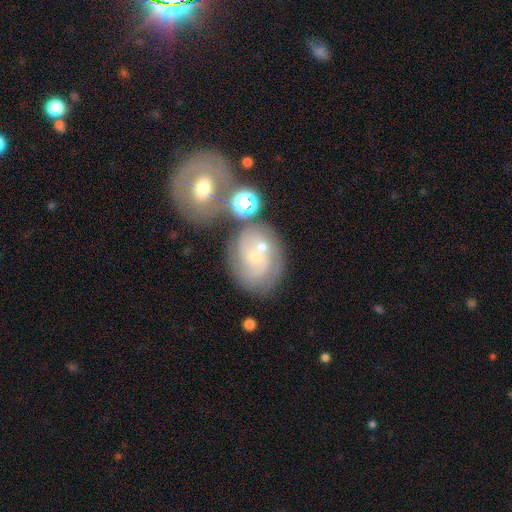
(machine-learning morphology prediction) smooth-or-featured: featured or disk: 70% | smooth: 20% | star or artifact: 10%
  disk-edge-on: no: 97% | yes: 3%
    bar: no: 72% | weak: 23% | strong: 4%
    has-spiral-arms: yes: 87% | no: 13%
      spiral-winding: tight: 52% | medium: 36% | loose: 12%
      spiral-arm-count: 2: 38% | can't tell: 31% | 3: 17% | 1: 6% | 4: 5% | more than 4: 4%
    bulge-size: small: 72% | moderate: 22% | none: 3% | large: 1% | dominant: 1%
  merging: none: 52% | merger: 24% | minor disturbance: 16% | major disturbance: 8%